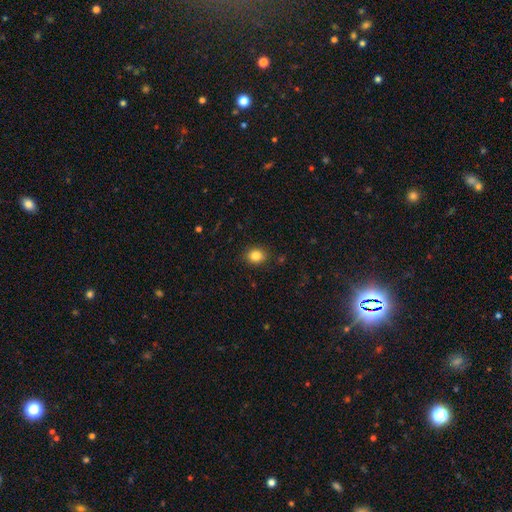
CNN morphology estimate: smooth_or_featured: smooth (p=0.84) [alt: star or artifact p=0.11]
how_rounded: round (p=0.66) [alt: in between p=0.34]
merging: none (p=0.87) [alt: minor disturbance p=0.09]